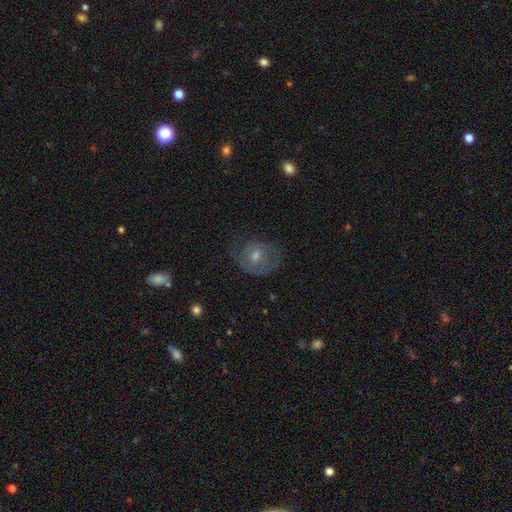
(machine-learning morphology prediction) Overall: featured or disk (45%; smooth 41%). Merging: none (61%; minor disturbance 22%).